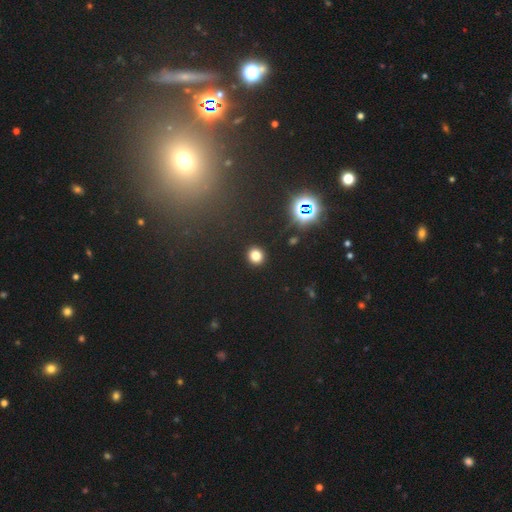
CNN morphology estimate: This is likely a smooth galaxy (77%). How rounded: clearly round (85%). Merging: clearly none (91%).